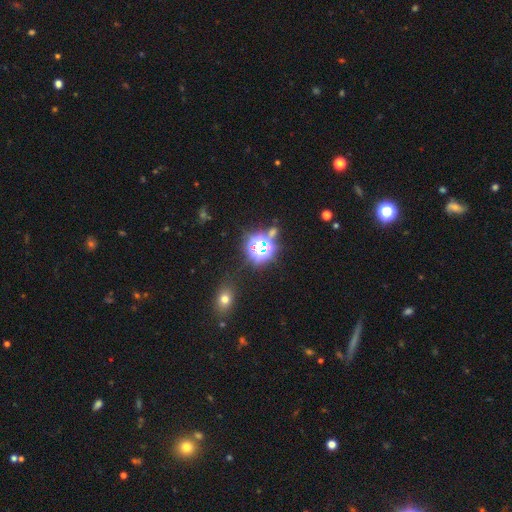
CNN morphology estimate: Overall: star or artifact (70%).